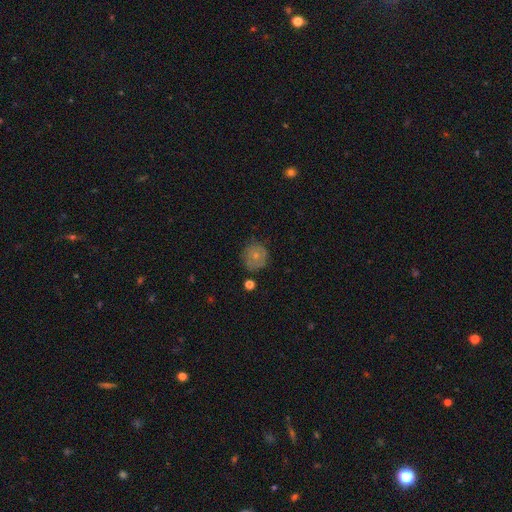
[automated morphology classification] smooth_or_featured: smooth (p=0.62) [alt: featured or disk p=0.29]
how_rounded: round (p=0.89) [alt: in between p=0.10]
merging: none (p=0.73) [alt: minor disturbance p=0.19]